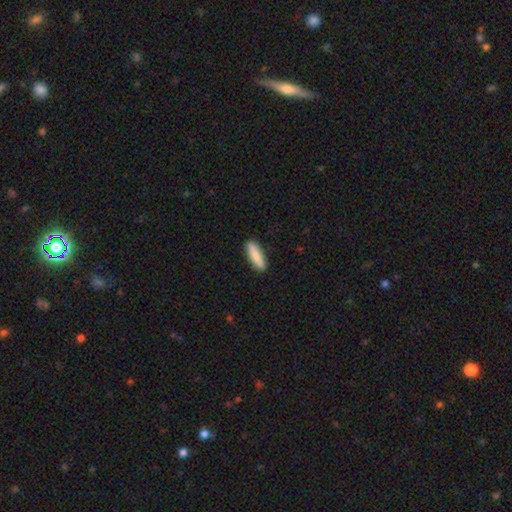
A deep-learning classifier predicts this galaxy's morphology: type=smooth (79%); roundness=cigar-shaped (64%); merging=none (90%).